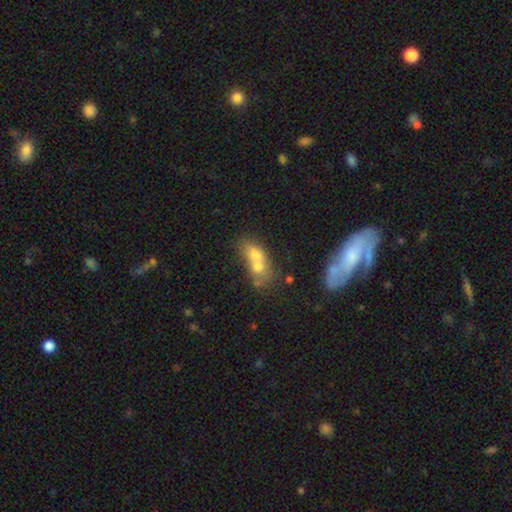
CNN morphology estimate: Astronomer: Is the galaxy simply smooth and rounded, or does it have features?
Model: smooth — 63%.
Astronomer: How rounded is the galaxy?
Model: in between — 68%.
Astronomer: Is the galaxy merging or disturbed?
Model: merger — 69%.